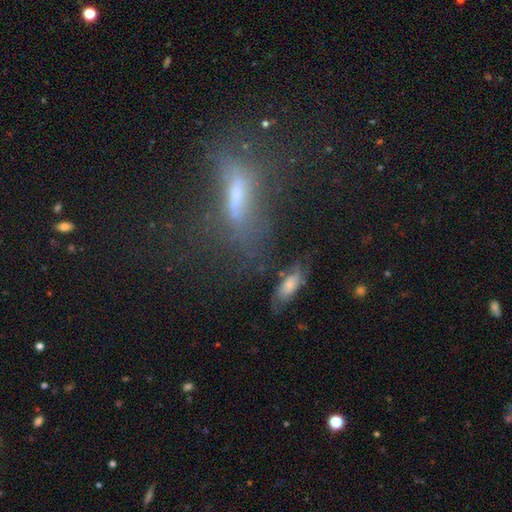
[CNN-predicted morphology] A featured or disk galaxy (40%).

Vote fractions:
- Smooth or featured? featured or disk: 40% / smooth: 39% / star or artifact: 21%
- Merging? none: 45% / major disturbance: 25% / minor disturbance: 20% / merger: 10%